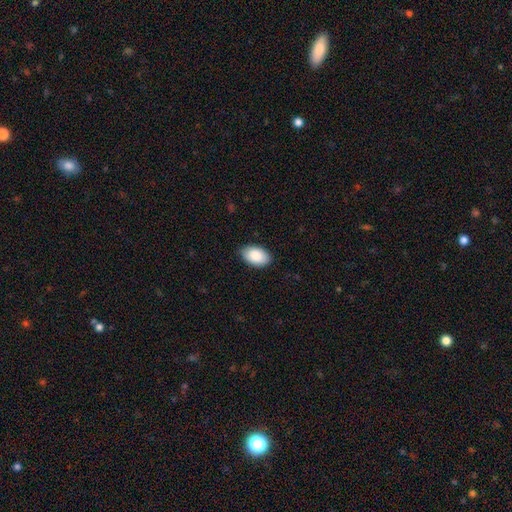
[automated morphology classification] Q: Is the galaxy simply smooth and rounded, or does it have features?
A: smooth — 90%.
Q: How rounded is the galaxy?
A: in between — 94%.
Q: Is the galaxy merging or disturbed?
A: none — 86%.